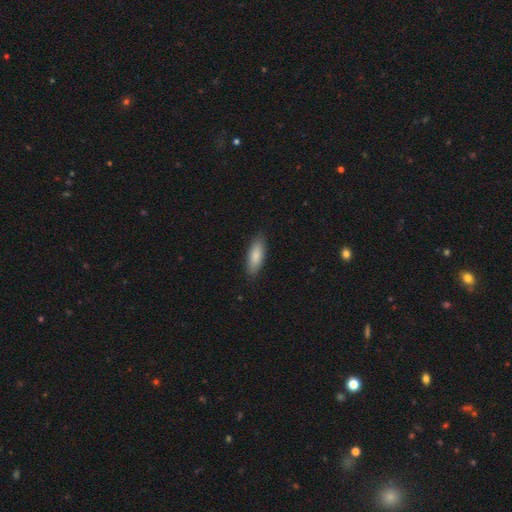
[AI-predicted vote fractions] smooth 85%, featured or disk 9%, star or artifact 6%. Down the decision tree: how rounded — in between (65%); merging — none (87%).